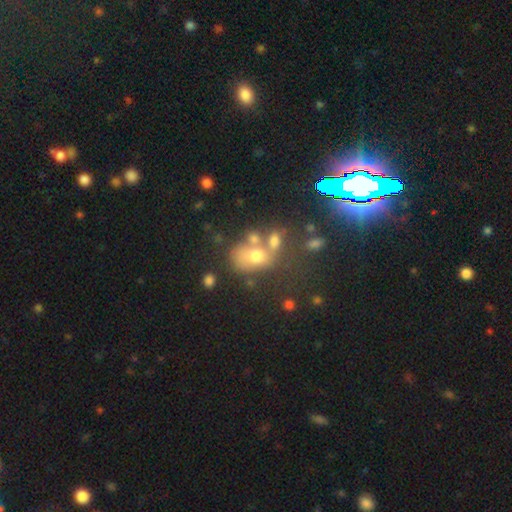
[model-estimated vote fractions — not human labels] Morphology: type=smooth (57%); roundness=in between (65%); merging=merger (44%).